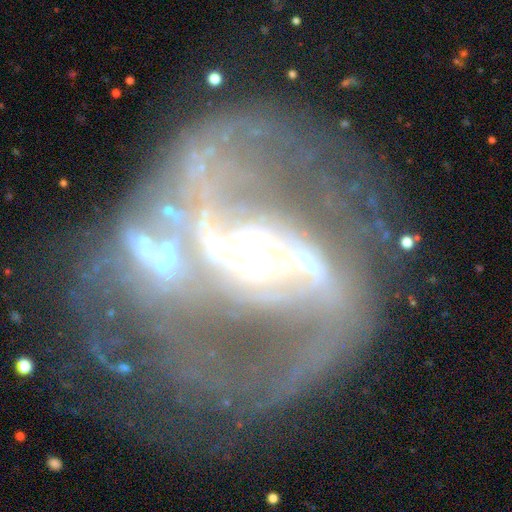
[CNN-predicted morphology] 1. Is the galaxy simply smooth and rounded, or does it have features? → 84% featured or disk, 9% star or artifact, 6% smooth.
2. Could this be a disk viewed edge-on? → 93% no, 7% yes.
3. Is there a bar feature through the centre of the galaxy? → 52% strong, 24% weak, 24% no.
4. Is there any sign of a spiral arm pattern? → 82% yes, 18% no.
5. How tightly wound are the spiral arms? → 37% medium (tied), 37% loose (tied), 27% tight.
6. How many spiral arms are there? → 51% 2, 18% can't tell, 10% 3, 9% 1, 6% 4, 6% more than 4.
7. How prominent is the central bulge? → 55% moderate, 21% small, 16% large, 5% none, 4% dominant.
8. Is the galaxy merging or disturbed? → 38% none, 33% major disturbance, 15% minor disturbance, 13% merger.